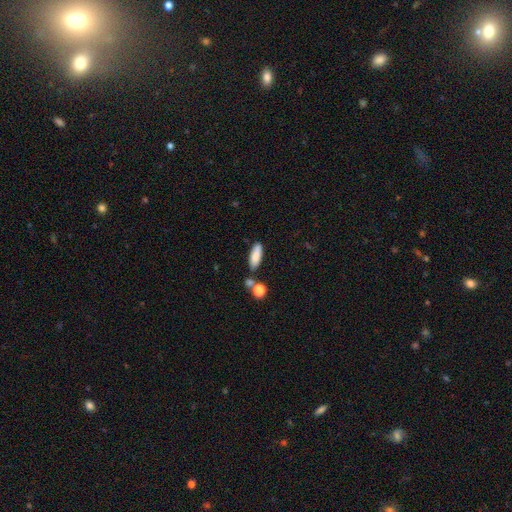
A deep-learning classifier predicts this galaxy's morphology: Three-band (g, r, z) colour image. It shows a smooth galaxy with no disk features (83%) that is in between round and cigar-shaped (62%). Merging: none (72%).